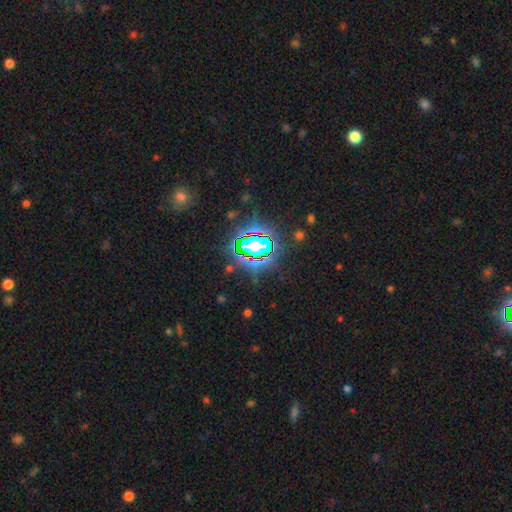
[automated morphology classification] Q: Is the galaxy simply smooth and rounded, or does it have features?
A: star or artifact — 81%.